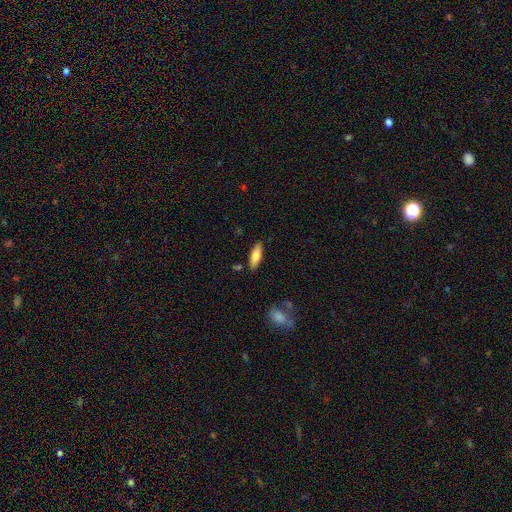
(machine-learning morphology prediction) Smooth or featured? Predicted: smooth (p=0.74). How rounded? Predicted: in between (p=0.59). Merging? Predicted: none (p=0.85).